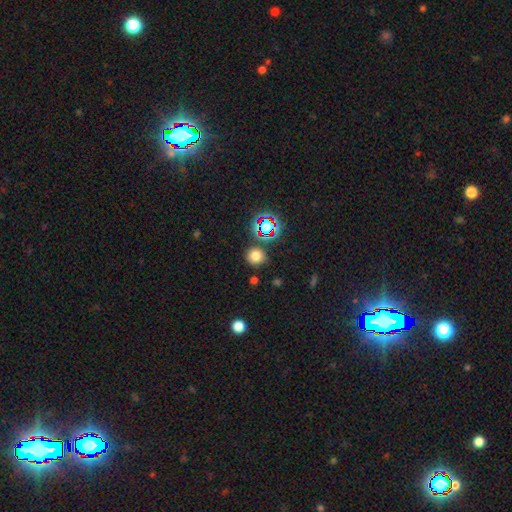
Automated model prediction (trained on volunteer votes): Overall: smooth (71%). How rounded: round (89%). Merging: none (84%).